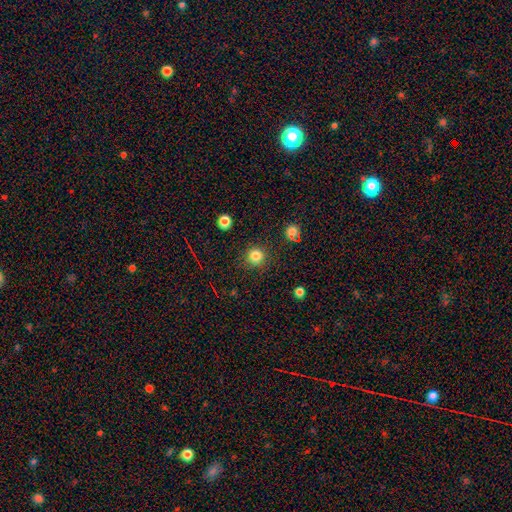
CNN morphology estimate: Smooth or featured: smooth — 80% (star or artifact — 14%)
How rounded: round — 95% (in between — 4%)
Merging: none — 89% (minor disturbance — 7%)